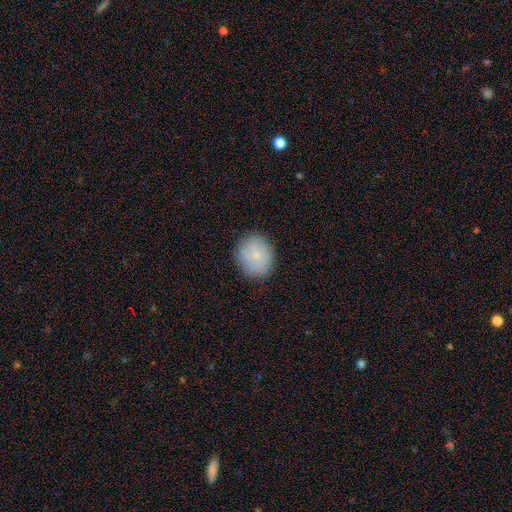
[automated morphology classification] Smooth or featured? smooth (80%)
How rounded? round (67%)
Merging? none (85%)